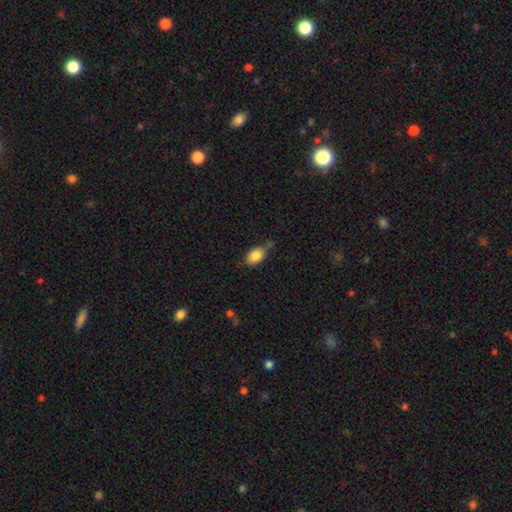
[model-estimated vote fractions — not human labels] smooth-or-featured: smooth: 84% | featured or disk: 9% | star or artifact: 7%
  how-rounded: in between: 86% | round: 12% | cigar-shaped: 2%
  merging: none: 54% | minor disturbance: 31% | major disturbance: 8% | merger: 8%